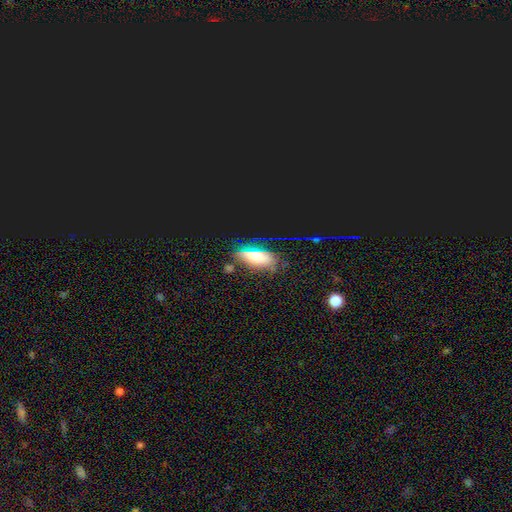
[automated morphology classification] Smooth or featured? smooth (51%)
How rounded? in between (77%)
Merging? none (71%)